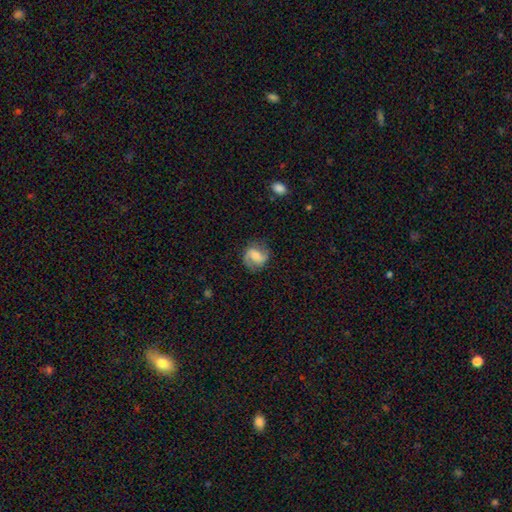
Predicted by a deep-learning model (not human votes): Smooth or featured? Predicted: featured or disk (p=0.68). Edge-on disk? Predicted: no (p=0.98). Bar? Predicted: weak (p=0.45). Spiral arms? Predicted: yes (p=0.92). Spiral winding? Predicted: medium (p=0.43). Spiral arm count? Predicted: 2 (p=0.87). Bulge size? Predicted: moderate (p=0.45). Merging? Predicted: none (p=0.77).